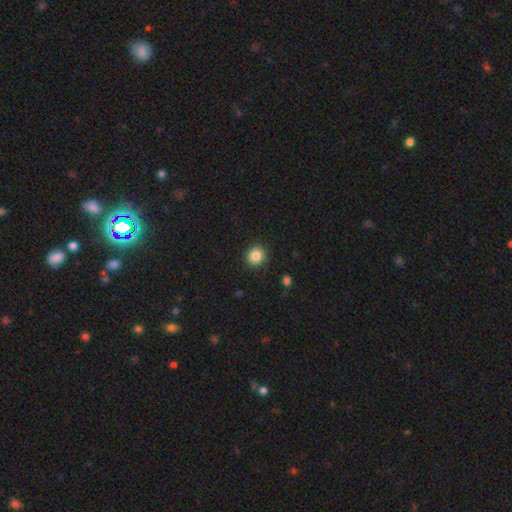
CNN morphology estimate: smooth 85%, star or artifact 10%, featured or disk 4%. Down the decision tree: how rounded — round (92%); merging — none (91%).